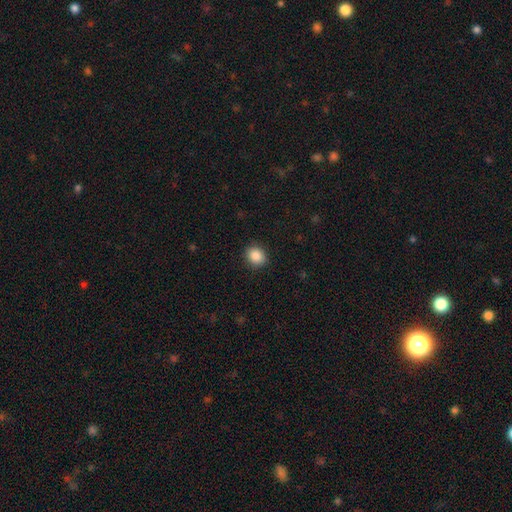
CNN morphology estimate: This is clearly a smooth galaxy (88%). How rounded: likely round (63%). Merging: clearly none (90%).